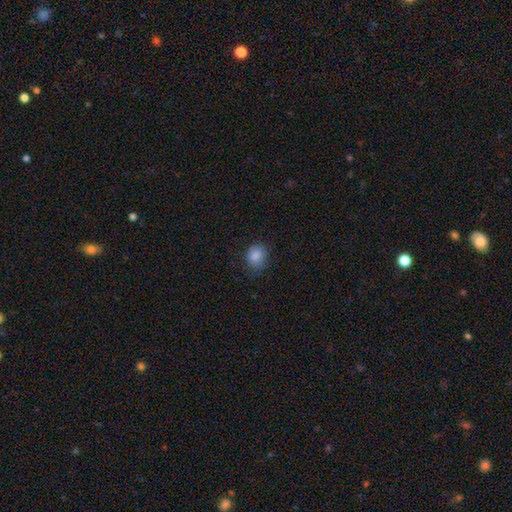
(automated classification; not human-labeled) A smooth galaxy with no disk features (86%) that is round (64%).

Vote fractions:
- Smooth or featured? smooth: 86% / star or artifact: 10% / featured or disk: 5%
- How rounded? round: 64% / in between: 35% / cigar-shaped: 1%
- Merging? none: 75% / minor disturbance: 20% / major disturbance: 5% / merger: 1%